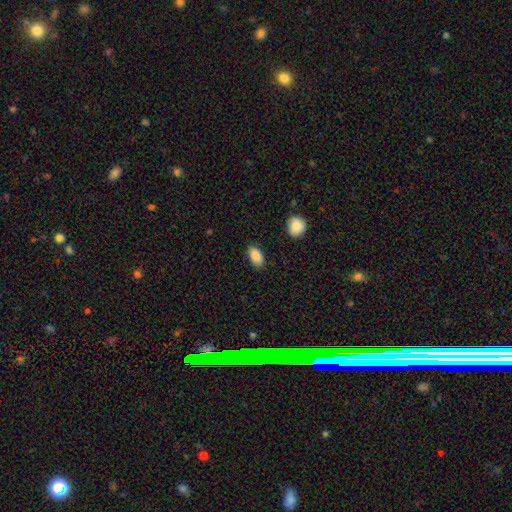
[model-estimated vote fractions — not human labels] This appears to be a smooth galaxy with no disk features (87%) that is in between round and cigar-shaped (93%). Merging: none (85%).